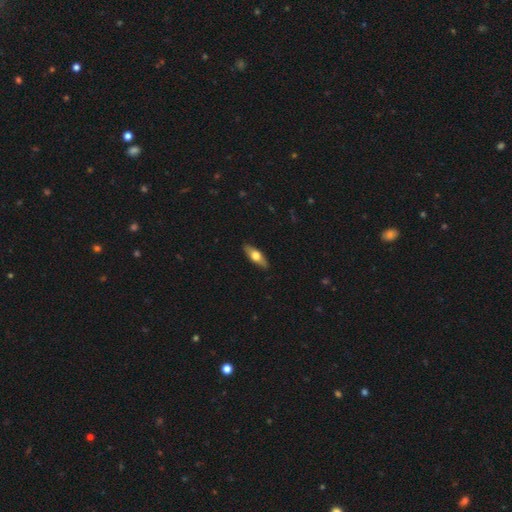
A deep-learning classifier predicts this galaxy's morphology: Smooth or featured?
  - smooth: 55% *
  - featured or disk: 39%
  - star or artifact: 6%
How rounded?
  - in between: 60% *
  - cigar-shaped: 37%
  - round: 3%
Merging?
  - none: 88% *
  - minor disturbance: 10%
  - major disturbance: 2%
  - merger: 1%